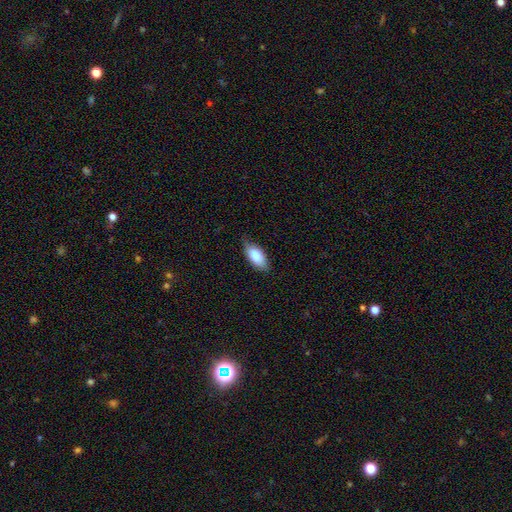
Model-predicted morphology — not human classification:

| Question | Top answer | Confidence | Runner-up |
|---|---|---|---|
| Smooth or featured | smooth | 83% | featured or disk (11%) |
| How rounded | in between | 89% | cigar-shaped (8%) |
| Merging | none | 71% | minor disturbance (24%) |